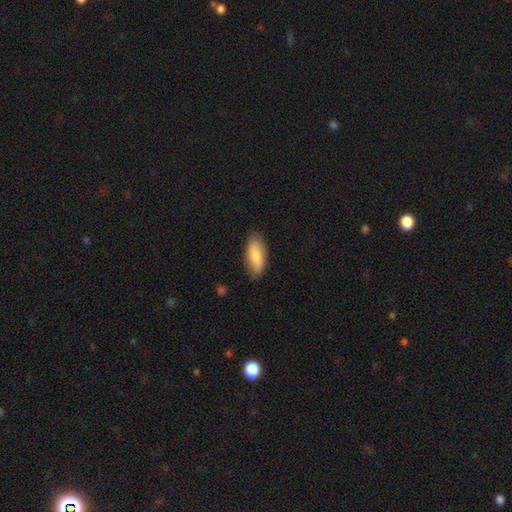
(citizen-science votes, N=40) smooth_or_featured: smooth (p=0.88) [alt: featured or disk p=0.07]
how_rounded: in between (p=0.80) [alt: cigar-shaped p=0.14]
merging: none (p=0.84) [alt: minor disturbance p=0.11]